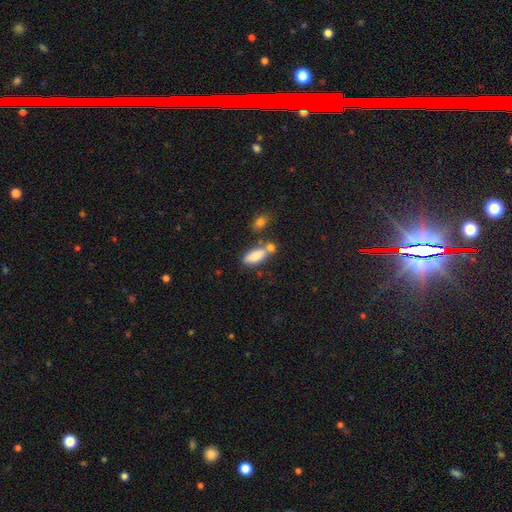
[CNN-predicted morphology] The model was most divided on "merging": none: 50%, merger: 31%, minor disturbance: 14%, major disturbance: 5%. More confident: smooth or featured — smooth (83%); how rounded — in between (74%).